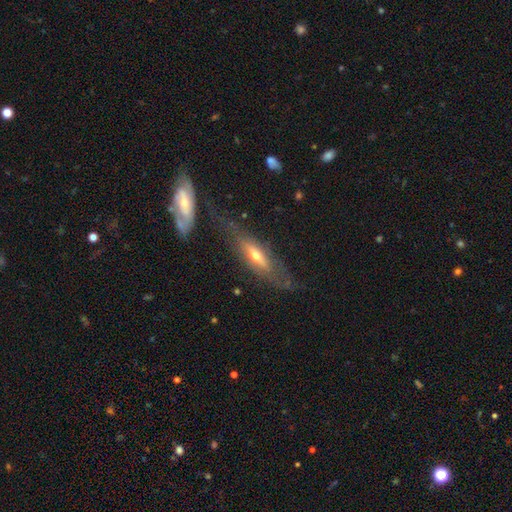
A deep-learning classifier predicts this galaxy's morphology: Q: Smooth or featured?
A: featured or disk (63%); runner-up: smooth (31%)
Q: Edge-on disk?
A: yes (69%); runner-up: no (31%)
Q: Merging?
A: none (57%); runner-up: minor disturbance (20%)